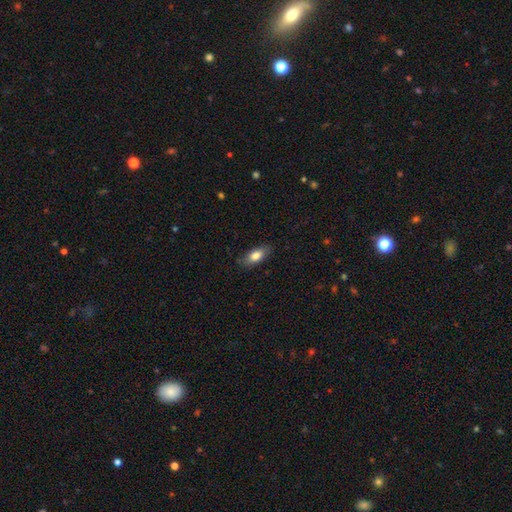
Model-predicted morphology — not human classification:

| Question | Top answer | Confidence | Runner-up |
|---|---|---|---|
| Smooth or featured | smooth | 79% | featured or disk (14%) |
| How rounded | in between | 83% | cigar-shaped (13%) |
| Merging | none | 82% | minor disturbance (14%) |